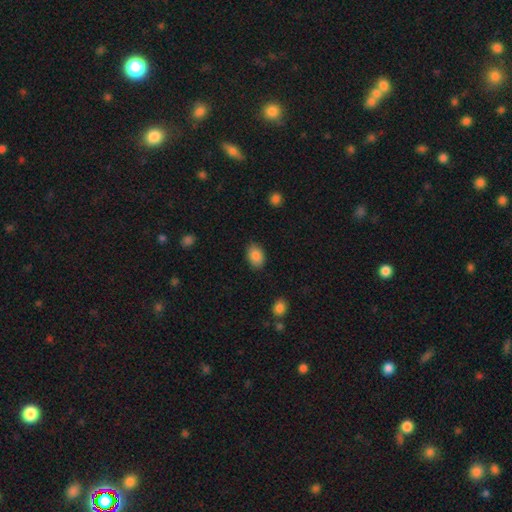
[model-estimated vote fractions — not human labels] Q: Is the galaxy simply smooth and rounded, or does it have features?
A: smooth — 87%.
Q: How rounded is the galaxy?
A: in between — 80%.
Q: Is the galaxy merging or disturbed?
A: none — 86%.